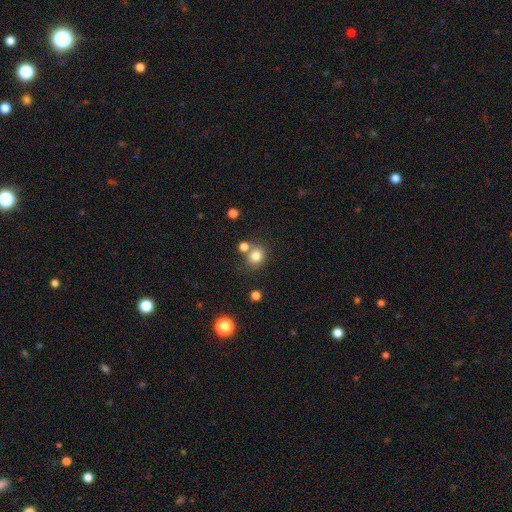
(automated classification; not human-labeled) A smooth galaxy with no disk features (80%) that is round (80%).

Vote fractions:
- Smooth or featured? smooth: 80% / star or artifact: 13% / featured or disk: 7%
- How rounded? round: 80% / in between: 19% / cigar-shaped: 1%
- Merging? none: 67% / merger: 20% / minor disturbance: 10% / major disturbance: 4%